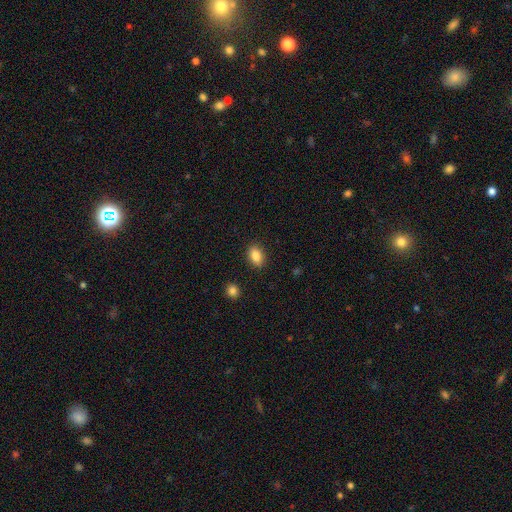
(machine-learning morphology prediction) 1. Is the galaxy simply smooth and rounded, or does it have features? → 85% smooth, 8% star or artifact, 6% featured or disk.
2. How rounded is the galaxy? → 84% in between, 13% round, 3% cigar-shaped.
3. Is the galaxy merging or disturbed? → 88% none, 9% minor disturbance, 2% major disturbance, 1% merger.